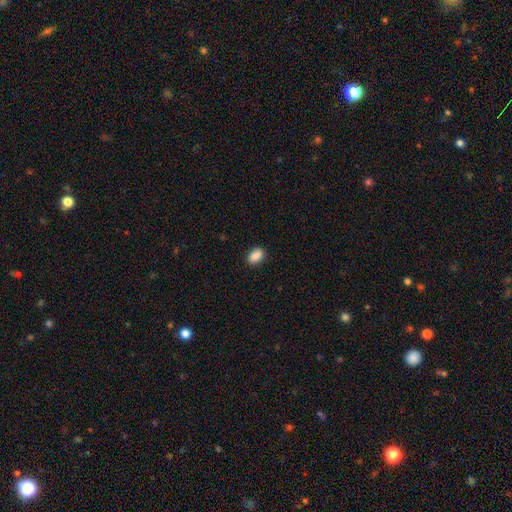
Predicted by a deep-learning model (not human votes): Smooth or featured?
  - smooth: 89% *
  - star or artifact: 8%
  - featured or disk: 4%
How rounded?
  - in between: 86% *
  - round: 12%
  - cigar-shaped: 2%
Merging?
  - none: 88% *
  - minor disturbance: 9%
  - major disturbance: 2%
  - merger: 1%